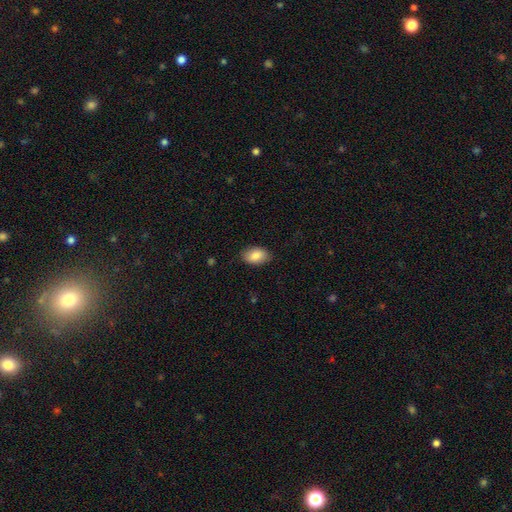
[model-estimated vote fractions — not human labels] The model was most divided on "merging": none: 86%, minor disturbance: 11%, major disturbance: 2%, merger: 1%. More confident: how rounded — in between (92%); smooth or featured — smooth (86%).